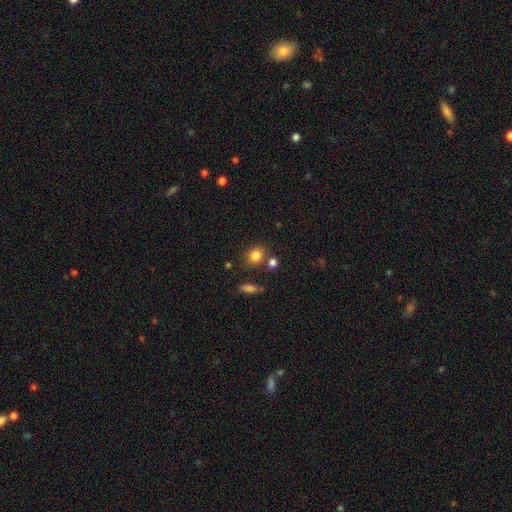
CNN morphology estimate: This is clearly a smooth galaxy (83%). How rounded: likely round (66%). Merging: likely none (72%).